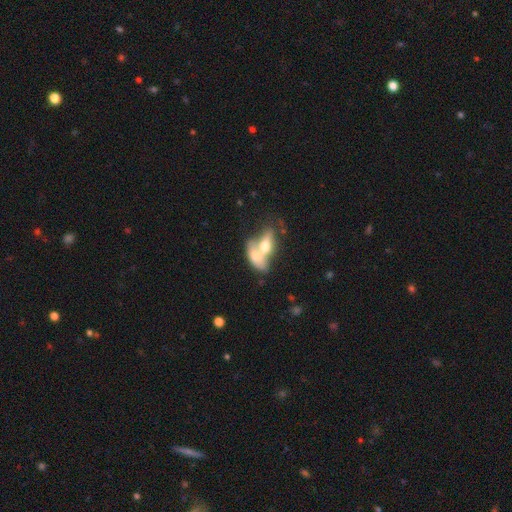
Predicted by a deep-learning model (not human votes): Smooth or featured: smooth — 58% (featured or disk — 36%)
How rounded: in between — 79% (cigar-shaped — 12%)
Merging: merger — 76% (none — 13%)